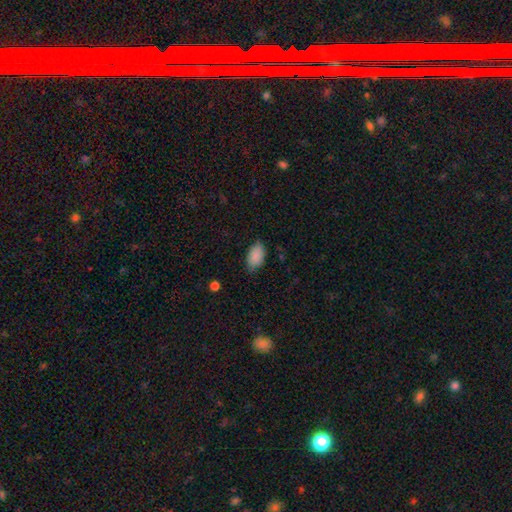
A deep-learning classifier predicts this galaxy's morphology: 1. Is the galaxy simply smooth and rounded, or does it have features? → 89% smooth, 7% star or artifact, 4% featured or disk.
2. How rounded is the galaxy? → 92% in between, 6% round, 2% cigar-shaped.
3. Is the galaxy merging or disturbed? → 76% none, 20% minor disturbance, 3% major disturbance, 1% merger.